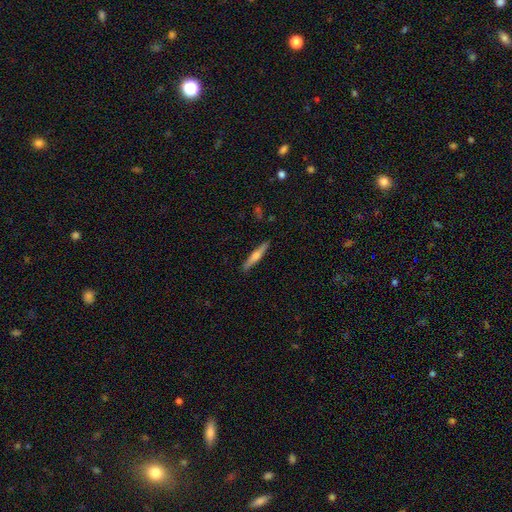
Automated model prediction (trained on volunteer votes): Smooth or featured?
  - featured or disk: 51% *
  - smooth: 43%
  - star or artifact: 6%
Edge-on disk?
  - yes: 96% *
  - no: 4%
Merging?
  - none: 90% *
  - minor disturbance: 7%
  - major disturbance: 2%
  - merger: 1%